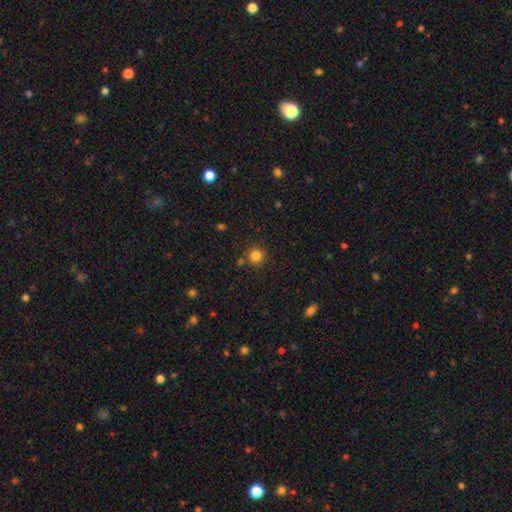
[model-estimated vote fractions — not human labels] Overall: smooth (83%). How rounded: round (93%). Merging: none (83%).